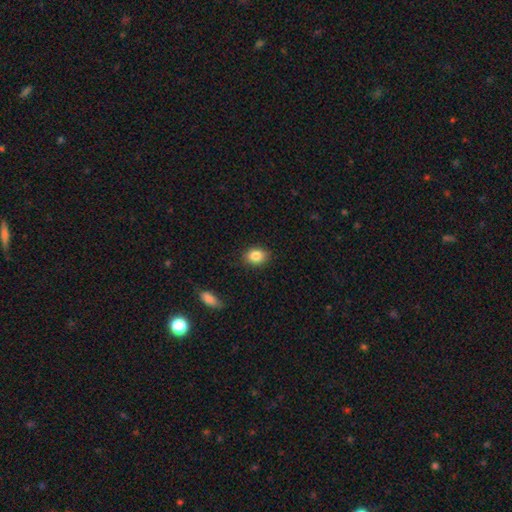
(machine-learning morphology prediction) Smooth or featured?
  - smooth: 85% *
  - star or artifact: 9%
  - featured or disk: 6%
How rounded?
  - in between: 56% *
  - round: 42%
  - cigar-shaped: 1%
Merging?
  - none: 87% *
  - minor disturbance: 9%
  - major disturbance: 2%
  - merger: 1%